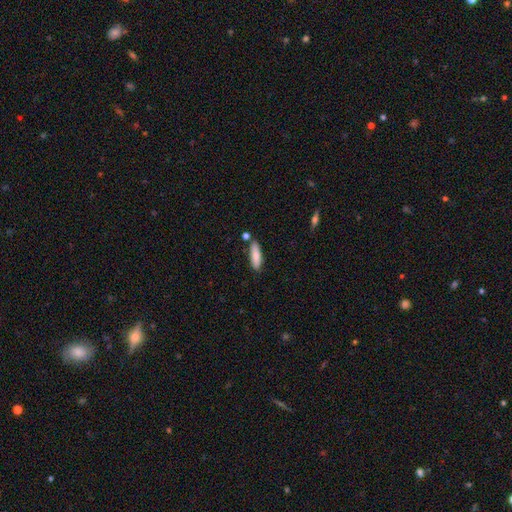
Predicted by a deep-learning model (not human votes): smooth 84%, featured or disk 10%, star or artifact 6%. Down the decision tree: how rounded — cigar-shaped (57%); merging — none (80%).